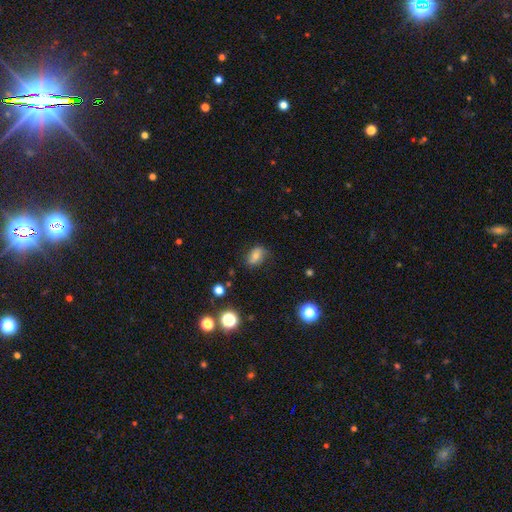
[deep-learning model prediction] A smooth galaxy with no disk features (66%) that is in between round and cigar-shaped (80%). Merging: none (73%).